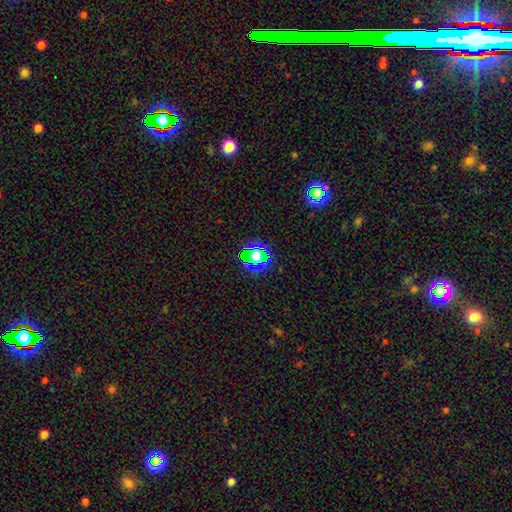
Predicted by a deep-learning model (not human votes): Morphology: type=star or artifact (48%).